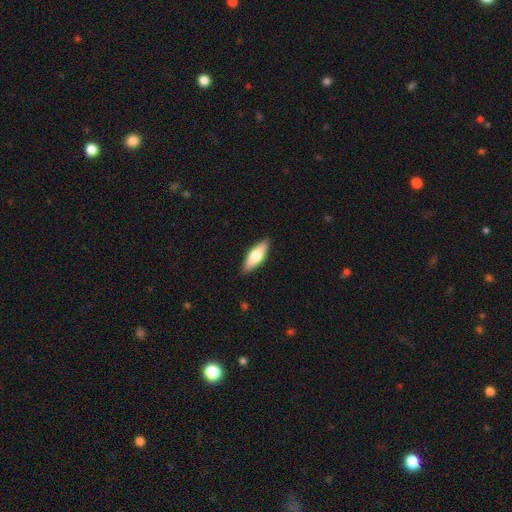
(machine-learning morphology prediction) type=smooth (63%); roundness=in between (57%); merging=none (89%).